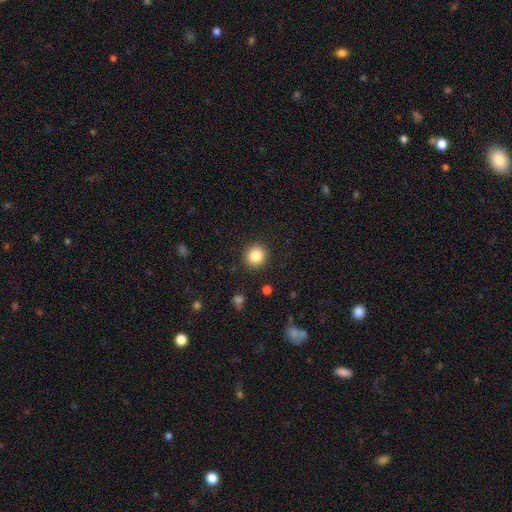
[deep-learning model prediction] Smooth or featured: smooth — 85% (star or artifact — 10%)
How rounded: round — 91% (in between — 8%)
Merging: none — 91% (minor disturbance — 6%)